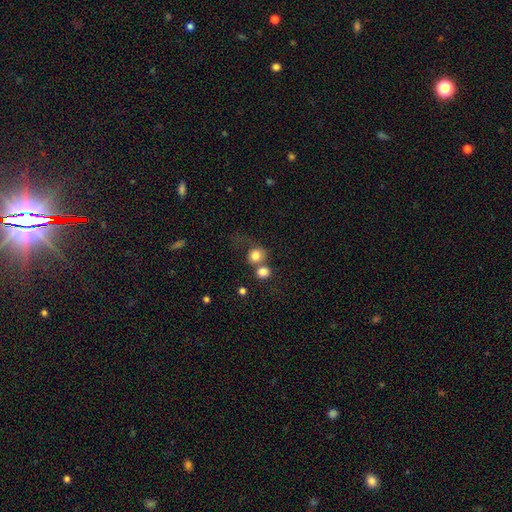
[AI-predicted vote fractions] Smooth or featured?
  - smooth: 80% *
  - star or artifact: 10%
  - featured or disk: 10%
How rounded?
  - round: 70% *
  - in between: 29%
  - cigar-shaped: 1%
Merging?
  - merger: 44% *
  - none: 36%
  - minor disturbance: 11%
  - major disturbance: 9%